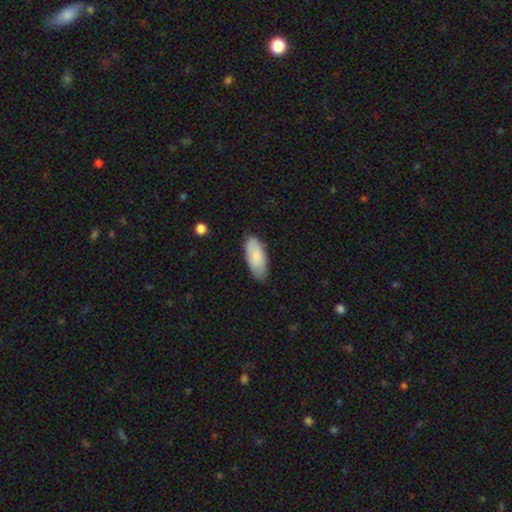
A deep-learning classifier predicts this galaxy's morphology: Overall: smooth (81%). How rounded: in between (85%). Merging: none (78%).